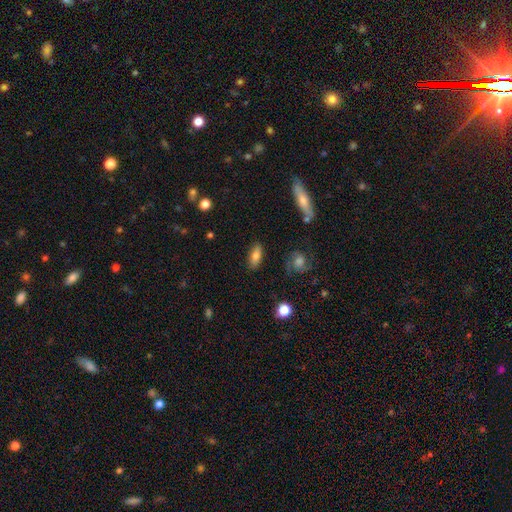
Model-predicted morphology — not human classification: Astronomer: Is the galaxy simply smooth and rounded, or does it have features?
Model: smooth — 77%.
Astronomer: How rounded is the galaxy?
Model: in between — 78%.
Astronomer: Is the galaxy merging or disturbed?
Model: none — 84%.